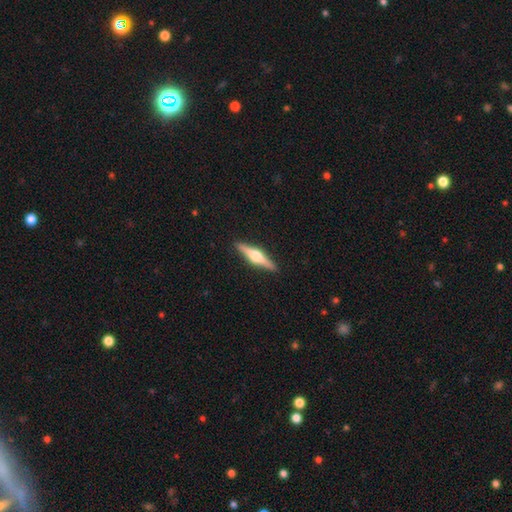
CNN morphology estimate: Smooth or featured? featured or disk (72%)
Edge-on disk? yes (98%)
Edge-on bulge? rounded (92%)
Merging? none (91%)